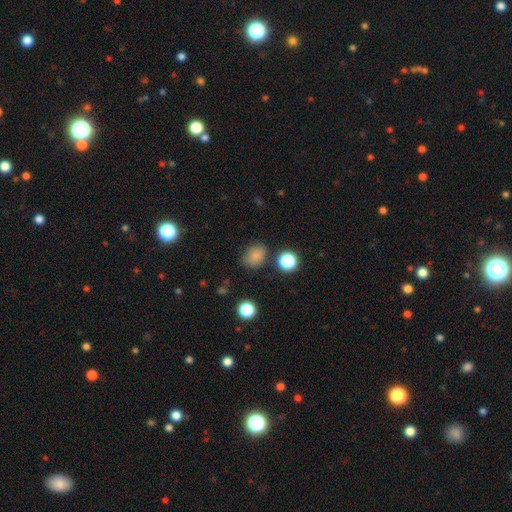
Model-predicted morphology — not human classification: Smooth or featured: smooth — 79% (star or artifact — 15%)
How rounded: round — 51% (in between — 48%)
Merging: none — 73% (minor disturbance — 18%)